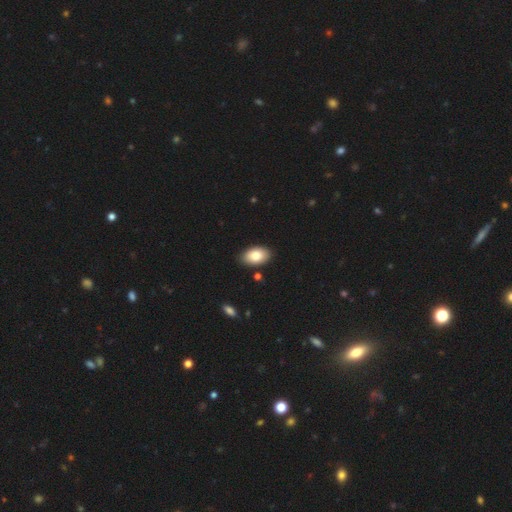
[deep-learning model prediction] This appears to be a smooth galaxy with no disk features (85%) that is in between round and cigar-shaped (94%). Merging: none (87%).